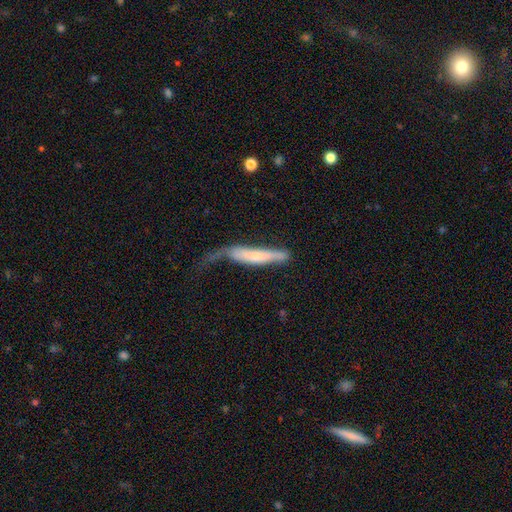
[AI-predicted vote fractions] The model was most divided on "merging": major disturbance: 36%, none: 30%, minor disturbance: 28%, merger: 6%. More confident: how rounded — cigar-shaped (89%); smooth or featured — smooth (53%).